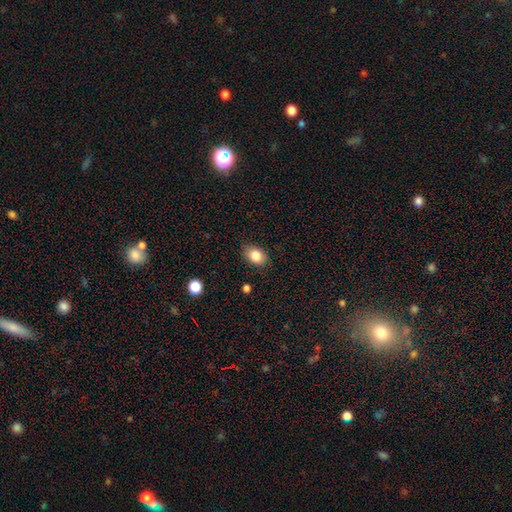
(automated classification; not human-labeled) This appears to be a smooth galaxy with no disk features (84%) that is in between round and cigar-shaped (73%). Merging: none (83%).